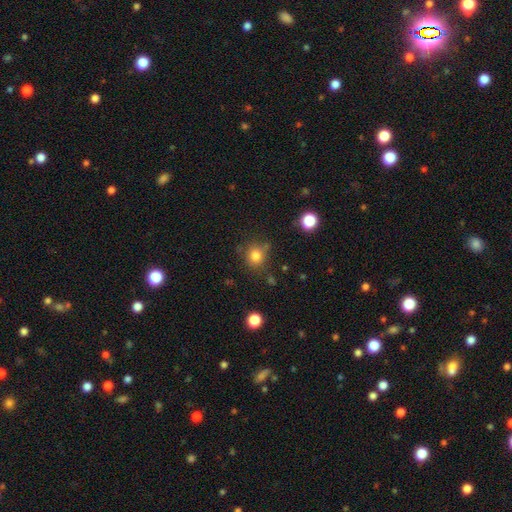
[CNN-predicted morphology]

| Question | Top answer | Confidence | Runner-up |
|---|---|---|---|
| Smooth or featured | smooth | 80% | star or artifact (13%) |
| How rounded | round | 86% | in between (13%) |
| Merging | none | 77% | minor disturbance (14%) |